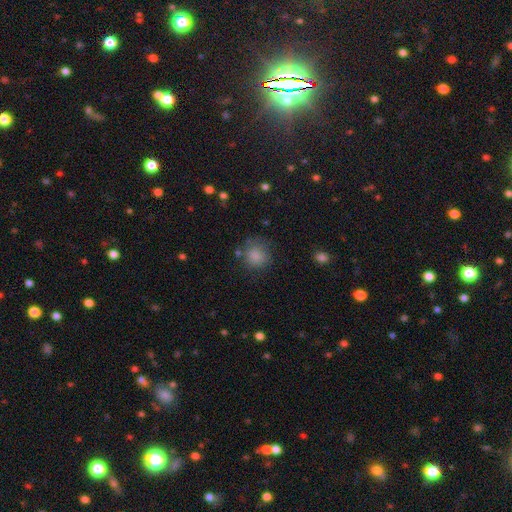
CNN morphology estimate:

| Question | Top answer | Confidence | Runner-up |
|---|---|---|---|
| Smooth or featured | smooth | 84% | star or artifact (10%) |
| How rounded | round | 88% | in between (11%) |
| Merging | none | 75% | minor disturbance (16%) |